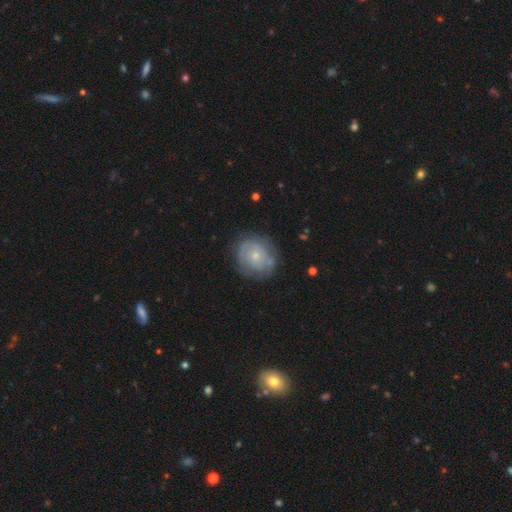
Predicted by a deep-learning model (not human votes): A featured or disk galaxy (60%) with no bar (82%), spiral arms (70%) and a small central bulge (66%).

Vote fractions:
- Smooth or featured? featured or disk: 60% / smooth: 33% / star or artifact: 7%
- Edge-on disk? no: 97% / yes: 3%
- Bar? no: 82% / weak: 15% / strong: 2%
- Spiral arms? yes: 70% / no: 30%
- Bulge size? small: 66% / moderate: 30% / none: 2% / large: 2% / dominant: 1%
- Merging? none: 72% / minor disturbance: 18% / major disturbance: 6% / merger: 3%